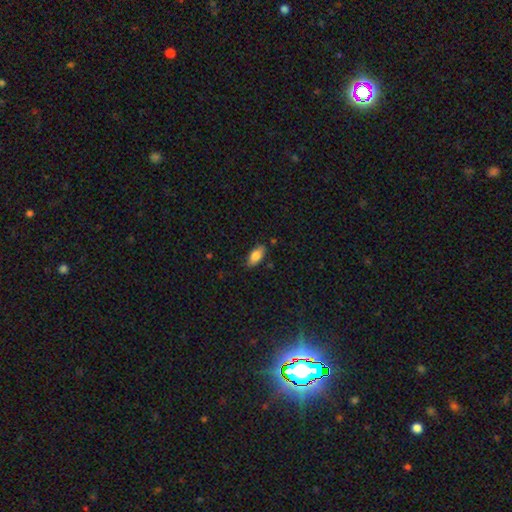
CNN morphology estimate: smooth_or_featured: smooth (p=0.83) [alt: featured or disk p=0.10]
how_rounded: in between (p=0.88) [alt: cigar-shaped p=0.09]
merging: none (p=0.80) [alt: minor disturbance p=0.15]